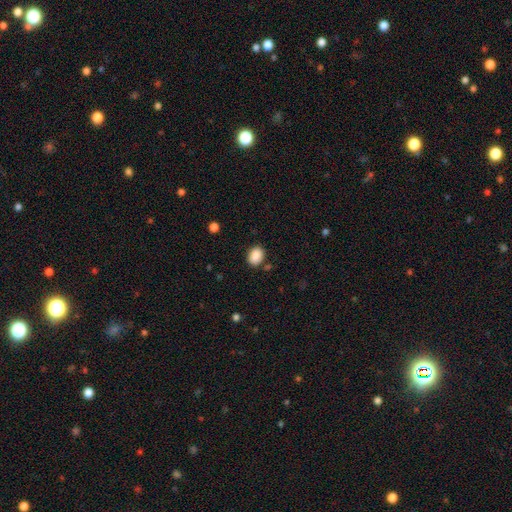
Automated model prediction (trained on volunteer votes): Morphology: type=smooth (89%); roundness=in between (69%); merging=none (84%).